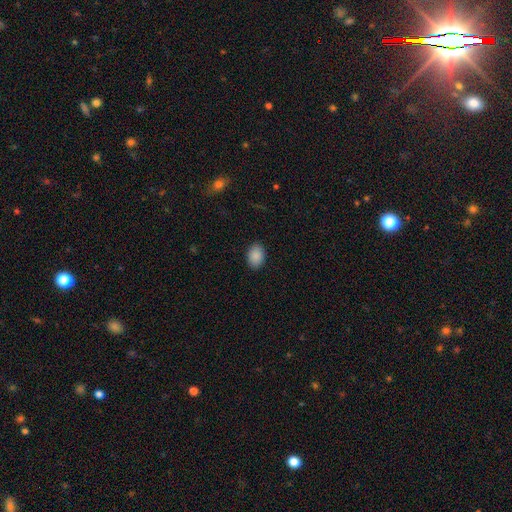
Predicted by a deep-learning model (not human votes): Q: Smooth or featured?
A: smooth (89%); runner-up: star or artifact (7%)
Q: How rounded?
A: in between (80%); runner-up: round (19%)
Q: Merging?
A: none (89%); runner-up: minor disturbance (8%)